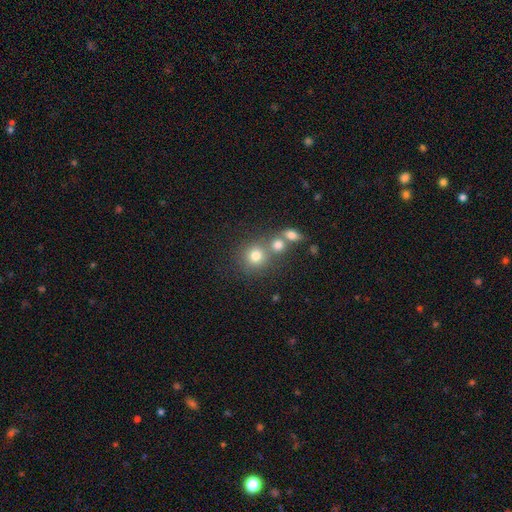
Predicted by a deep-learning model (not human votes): Smooth or featured: smooth — 76% (star or artifact — 14%)
How rounded: round — 87% (in between — 12%)
Merging: none — 57% (merger — 30%)